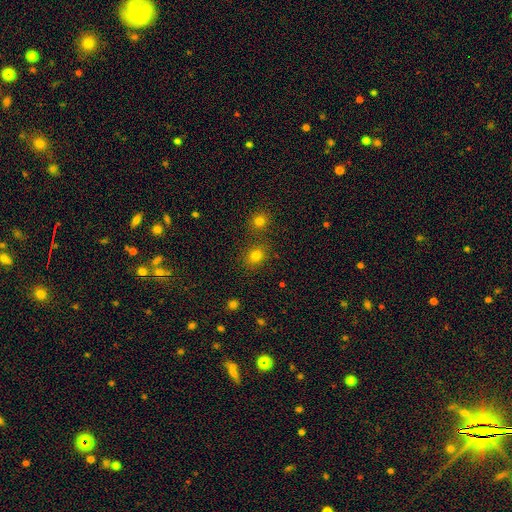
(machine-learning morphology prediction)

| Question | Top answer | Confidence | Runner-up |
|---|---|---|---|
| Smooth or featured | smooth | 78% | star or artifact (16%) |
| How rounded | round | 73% | in between (26%) |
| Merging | none | 75% | merger (13%) |